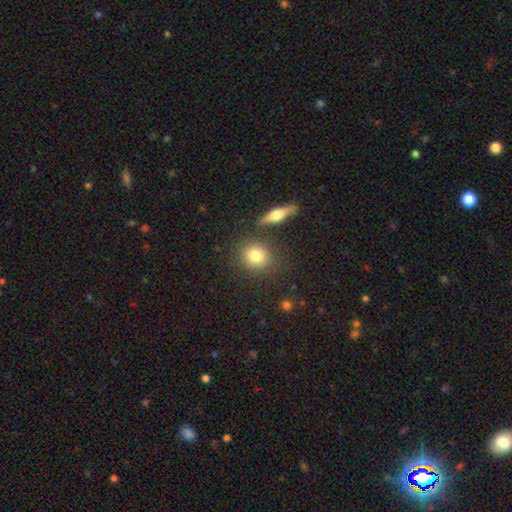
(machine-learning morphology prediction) smooth 80%, featured or disk 11%, star or artifact 9%. Down the decision tree: how rounded — round (80%); merging — none (80%).